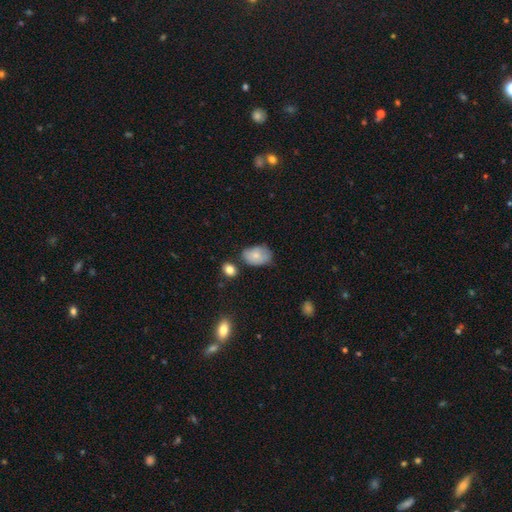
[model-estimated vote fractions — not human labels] smooth 77%, featured or disk 15%, star or artifact 8%. Down the decision tree: how rounded — in between (83%); merging — none (53%).